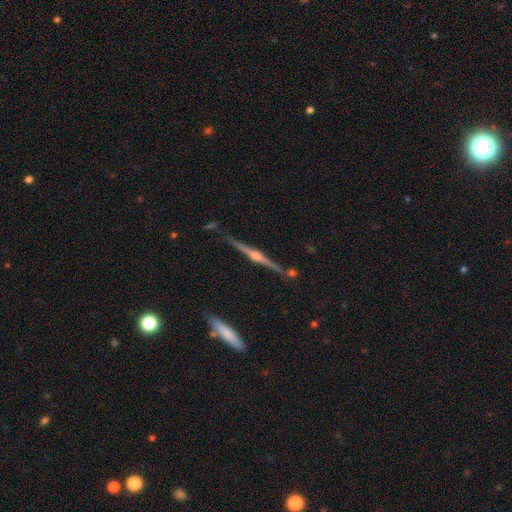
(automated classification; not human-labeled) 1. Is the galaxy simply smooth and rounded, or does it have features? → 88% featured or disk, 7% smooth, 5% star or artifact.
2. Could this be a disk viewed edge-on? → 98% yes, 2% no.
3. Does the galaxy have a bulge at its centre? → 90% rounded, 6% boxy, 4% none.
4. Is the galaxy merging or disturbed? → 86% none, 9% minor disturbance, 3% merger, 2% major disturbance.